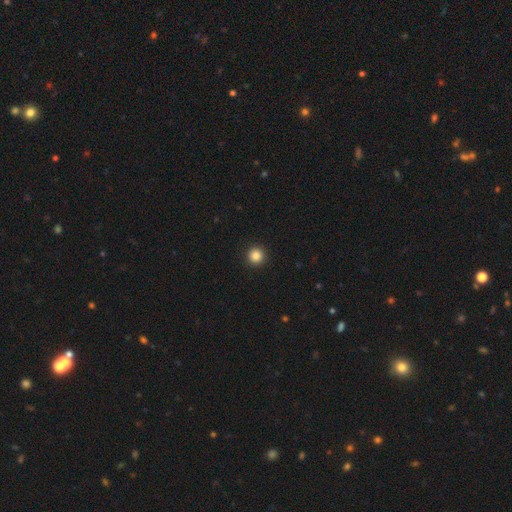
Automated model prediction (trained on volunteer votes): A smooth galaxy with no disk features (85%) that is round (96%). Merging: none (94%).